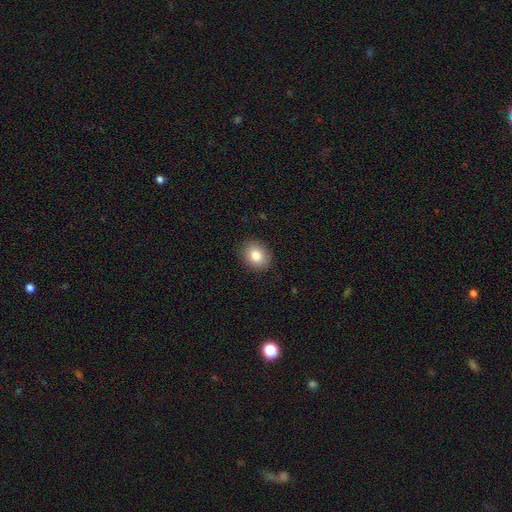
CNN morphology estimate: The model was most divided on "how rounded": in between: 50%, round: 49%, cigar-shaped: 1%. More confident: merging — none (88%); smooth or featured — smooth (82%).